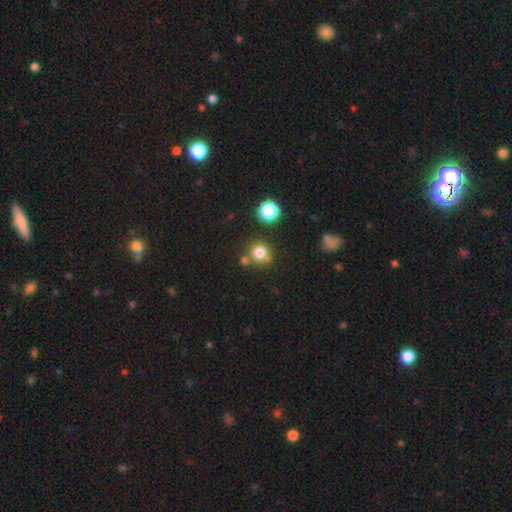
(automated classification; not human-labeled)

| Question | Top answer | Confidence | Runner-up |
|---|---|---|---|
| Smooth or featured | smooth | 73% | star or artifact (20%) |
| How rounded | round | 86% | in between (12%) |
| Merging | none | 73% | merger (14%) |